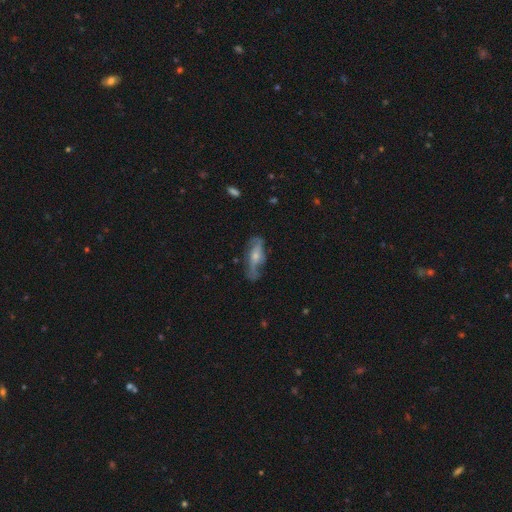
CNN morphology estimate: Smooth or featured: featured or disk — 66% (smooth — 28%)
Edge-on disk: no — 80% (yes — 20%)
Bar: no — 63% (weak — 26%)
Spiral arms: yes — 79% (no — 21%)
Bulge size: small — 50% (moderate — 43%)
Merging: none — 59% (minor disturbance — 25%)